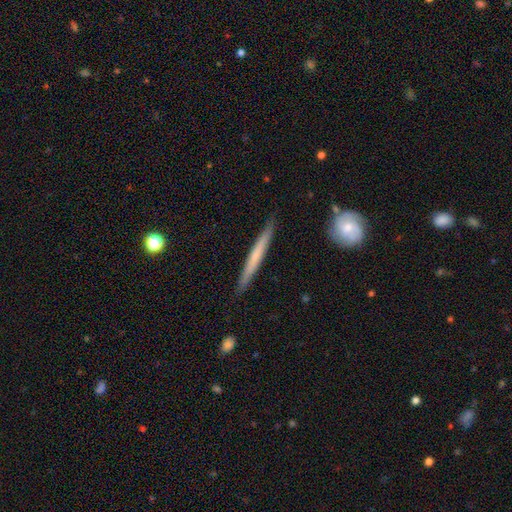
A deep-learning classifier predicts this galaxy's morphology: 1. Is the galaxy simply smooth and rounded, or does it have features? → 51% smooth, 44% featured or disk, 5% star or artifact.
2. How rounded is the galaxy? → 96% cigar-shaped, 2% in between, 1% round.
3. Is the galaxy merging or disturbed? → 88% none, 9% minor disturbance, 1% major disturbance, 1% merger.